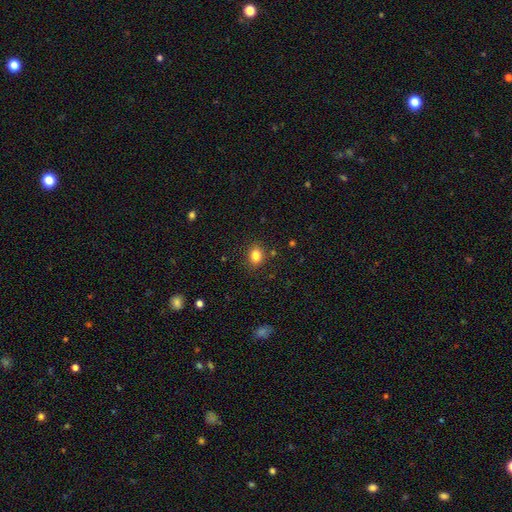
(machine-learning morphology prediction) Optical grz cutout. It shows a smooth galaxy with no disk features (83%) that is in between round and cigar-shaped (50%). Merging: none (86%).